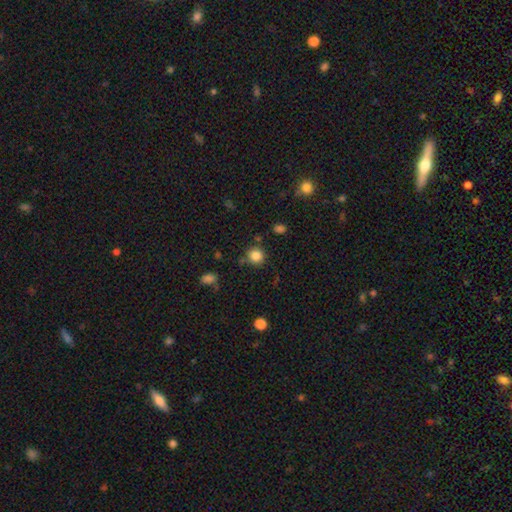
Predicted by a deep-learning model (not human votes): The model was most divided on "merging": none: 81%, minor disturbance: 10%, merger: 5%, major disturbance: 3%. More confident: how rounded — round (90%); smooth or featured — smooth (84%).